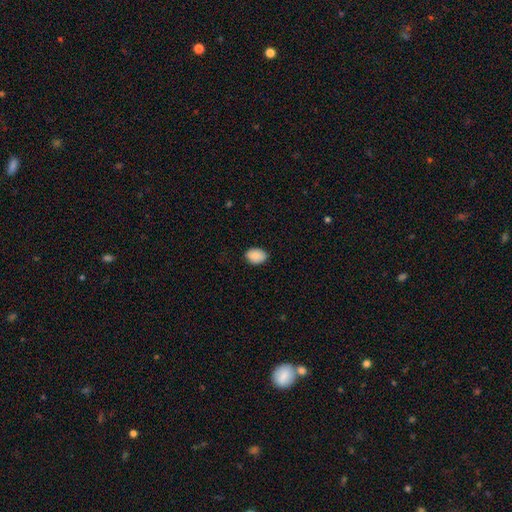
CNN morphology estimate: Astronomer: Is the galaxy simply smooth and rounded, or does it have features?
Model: smooth — 88%.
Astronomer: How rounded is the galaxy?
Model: in between — 76%.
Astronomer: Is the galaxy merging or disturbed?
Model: none — 85%.